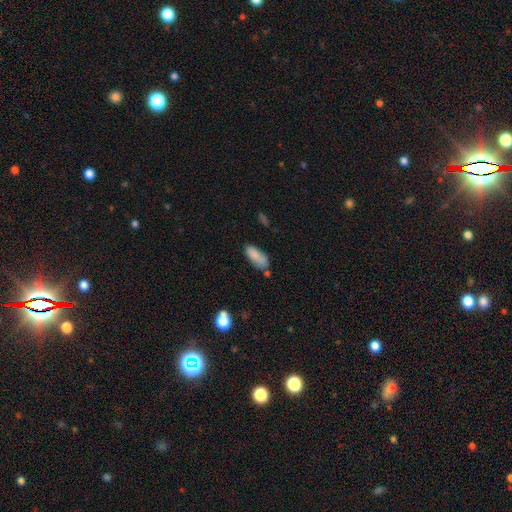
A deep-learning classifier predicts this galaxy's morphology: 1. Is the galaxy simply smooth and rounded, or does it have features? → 84% smooth, 8% star or artifact, 8% featured or disk.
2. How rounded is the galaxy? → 76% in between, 22% cigar-shaped, 2% round.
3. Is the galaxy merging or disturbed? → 60% none, 25% minor disturbance, 8% merger, 7% major disturbance.